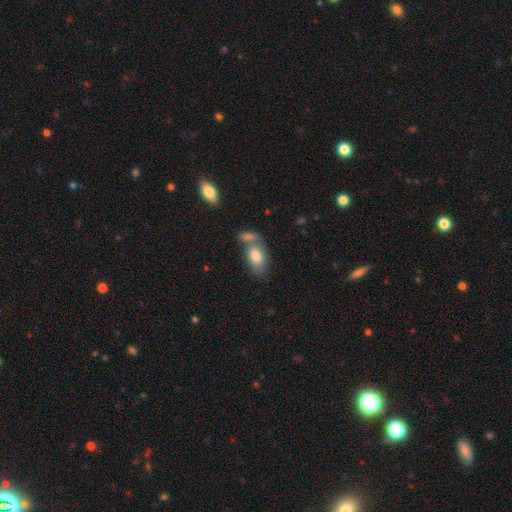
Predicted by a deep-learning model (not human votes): A smooth galaxy with no disk features (79%) that is in between round and cigar-shaped (90%). Merging: none (46%).